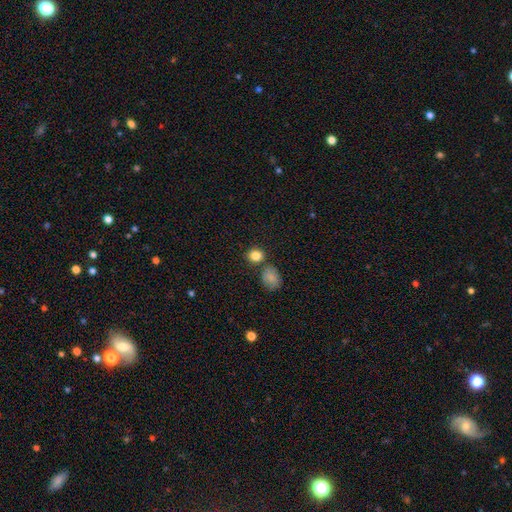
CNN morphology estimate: A smooth galaxy with no disk features (84%) that is round (75%).

Vote fractions:
- Smooth or featured? smooth: 84% / star or artifact: 11% / featured or disk: 5%
- How rounded? round: 75% / in between: 24% / cigar-shaped: 1%
- Merging? none: 73% / merger: 14% / minor disturbance: 10% / major disturbance: 3%